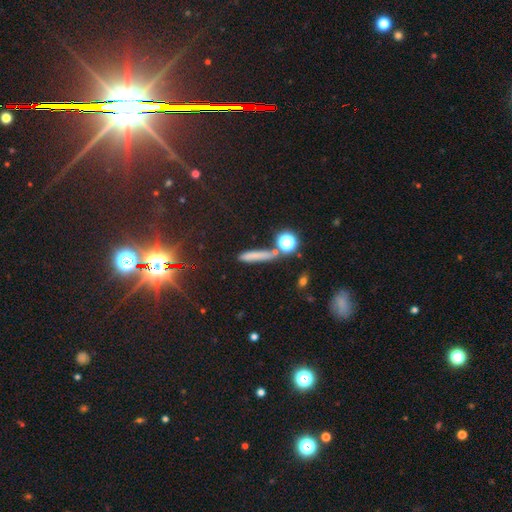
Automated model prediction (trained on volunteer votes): smooth-or-featured: smooth: 68% | star or artifact: 19% | featured or disk: 13%
  how-rounded: cigar-shaped: 83% | in between: 9% | round: 8%
  merging: none: 76% | minor disturbance: 12% | merger: 8% | major disturbance: 4%